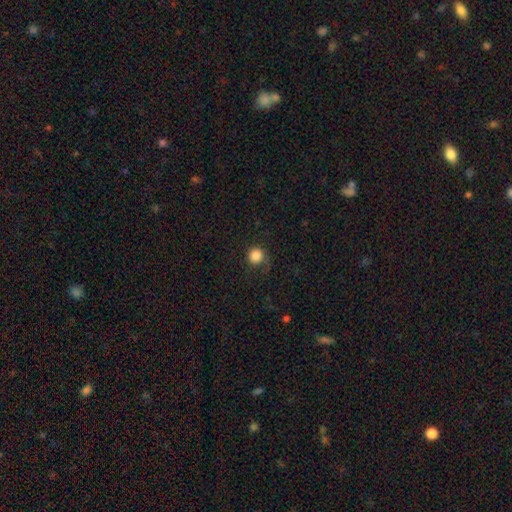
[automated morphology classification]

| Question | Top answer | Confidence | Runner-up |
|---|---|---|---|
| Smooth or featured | smooth | 85% | star or artifact (10%) |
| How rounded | round | 93% | in between (6%) |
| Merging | none | 75% | minor disturbance (16%) |